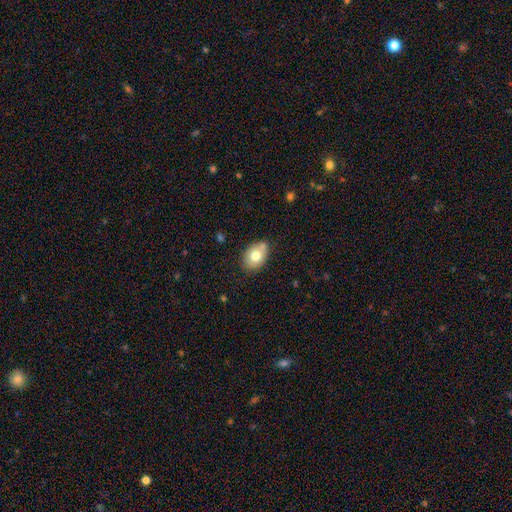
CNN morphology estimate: This is likely a smooth galaxy (75%). How rounded: likely in between (71%). Merging: likely none (64%).